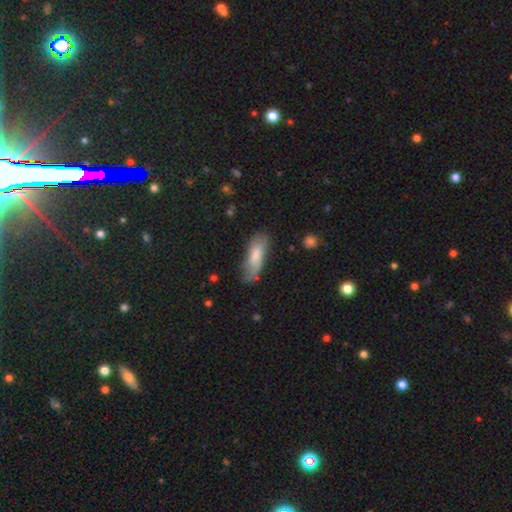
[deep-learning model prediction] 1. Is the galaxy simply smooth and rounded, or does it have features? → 73% smooth, 21% featured or disk, 7% star or artifact.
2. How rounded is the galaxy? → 65% in between, 33% cigar-shaped, 2% round.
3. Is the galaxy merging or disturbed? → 58% none, 28% minor disturbance, 11% major disturbance, 3% merger.